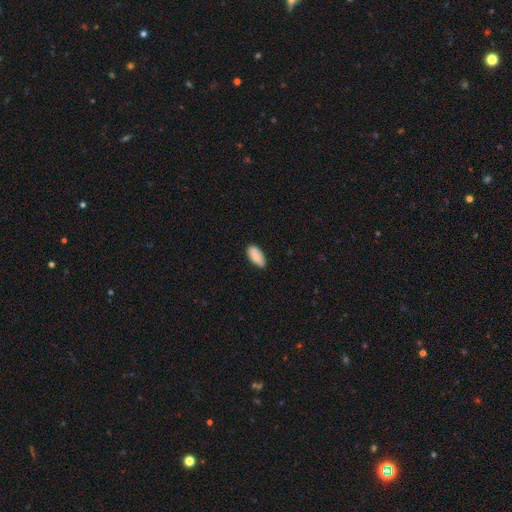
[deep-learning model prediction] smooth-or-featured: smooth: 86% | featured or disk: 8% | star or artifact: 6%
  how-rounded: in between: 90% | cigar-shaped: 8% | round: 2%
  merging: none: 78% | minor disturbance: 18% | major disturbance: 3% | merger: 1%